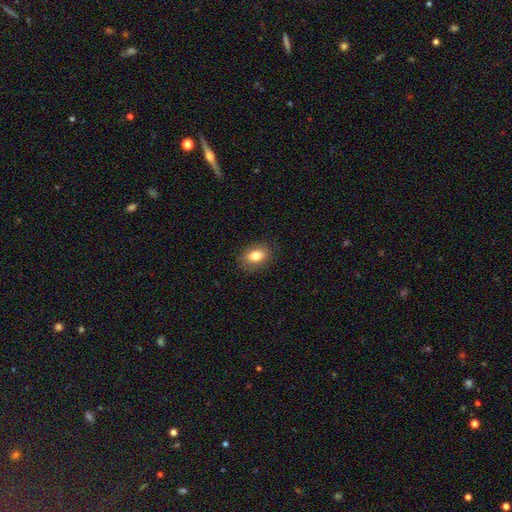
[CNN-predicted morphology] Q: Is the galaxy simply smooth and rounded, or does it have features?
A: smooth — 79%.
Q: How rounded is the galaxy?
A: in between — 74%.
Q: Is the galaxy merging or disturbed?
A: none — 85%.